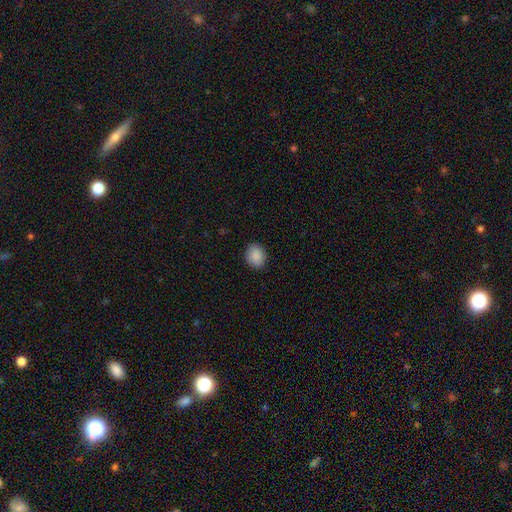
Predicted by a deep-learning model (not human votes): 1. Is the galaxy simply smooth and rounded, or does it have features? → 89% smooth, 7% star or artifact, 4% featured or disk.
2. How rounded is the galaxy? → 64% round, 35% in between, 1% cigar-shaped.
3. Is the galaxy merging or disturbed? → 89% none, 8% minor disturbance, 2% major disturbance, 1% merger.